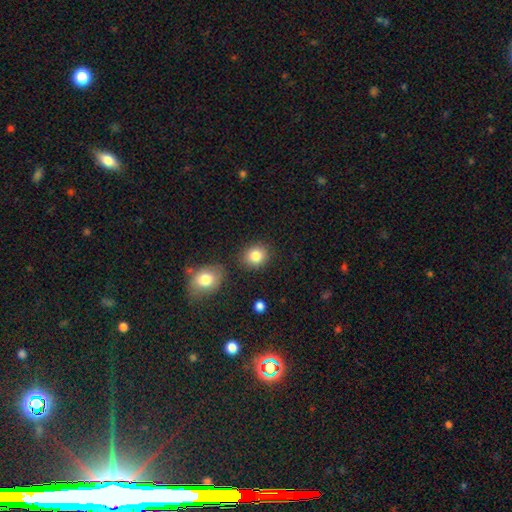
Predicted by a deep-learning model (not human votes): Overall: smooth (84%). How rounded: round (69%; in between 30%). Merging: none (82%).